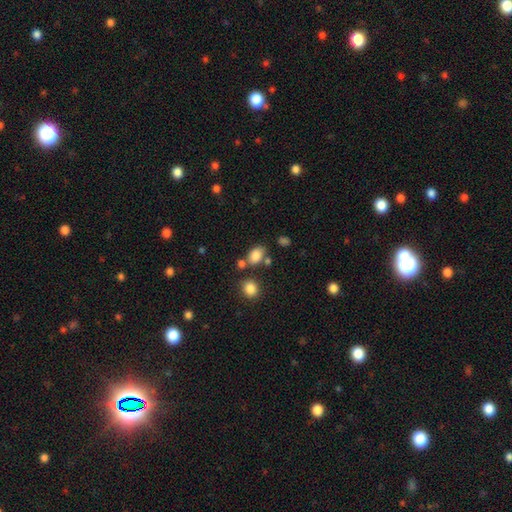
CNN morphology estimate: Smooth or featured? Predicted: smooth (p=0.83). How rounded? Predicted: in between (p=0.76). Merging? Predicted: none (p=0.63).